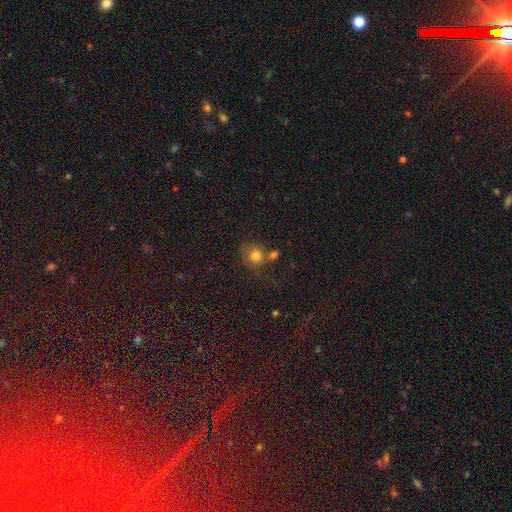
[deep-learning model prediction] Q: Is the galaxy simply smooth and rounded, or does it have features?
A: smooth — 77%.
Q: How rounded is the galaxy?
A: round — 80%.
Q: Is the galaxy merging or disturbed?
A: none — 46%.